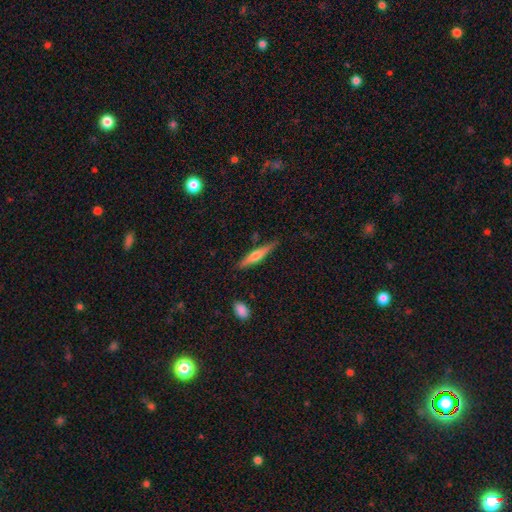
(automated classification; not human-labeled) Smooth or featured? smooth (49%)
Merging? none (83%)